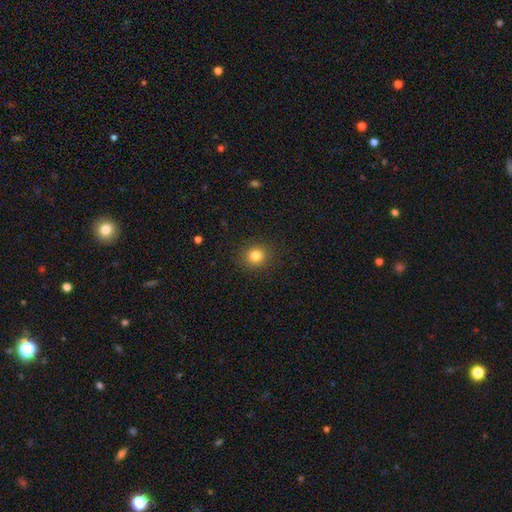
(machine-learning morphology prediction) A smooth galaxy with no disk features (82%) that is round (84%).

Vote fractions:
- Smooth or featured? smooth: 82% / star or artifact: 12% / featured or disk: 6%
- How rounded? round: 84% / in between: 15% / cigar-shaped: 1%
- Merging? none: 90% / minor disturbance: 7% / major disturbance: 3% / merger: 1%